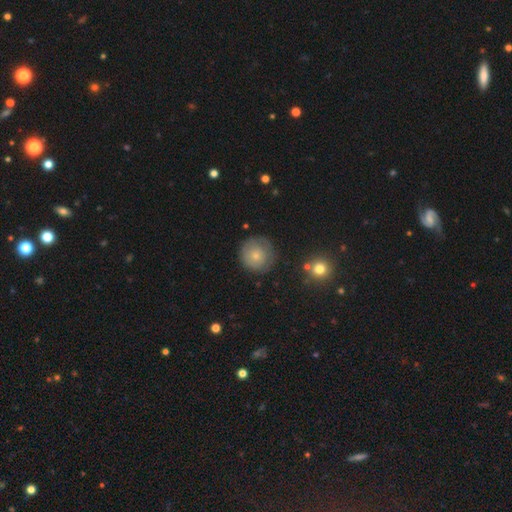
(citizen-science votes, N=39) This is likely a smooth galaxy (67%). How rounded: clearly round (96%). Merging: likely none (69%).